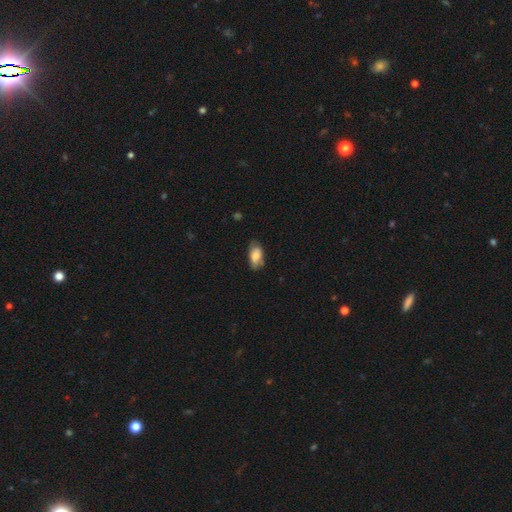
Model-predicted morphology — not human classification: Overall: smooth (78%). How rounded: in between (92%). Merging: none (66%; minor disturbance 26%).